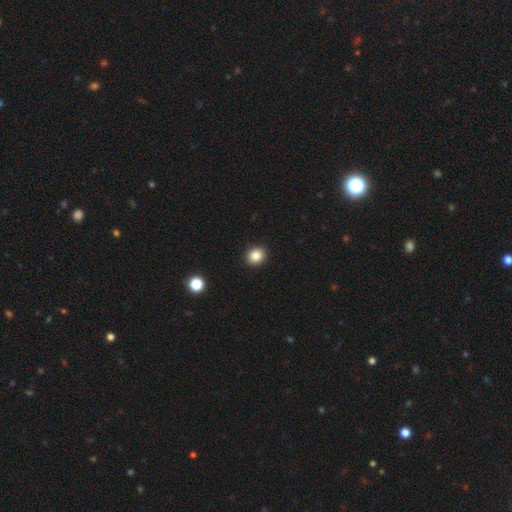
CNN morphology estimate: Smooth or featured? smooth (85%)
How rounded? round (77%)
Merging? none (92%)